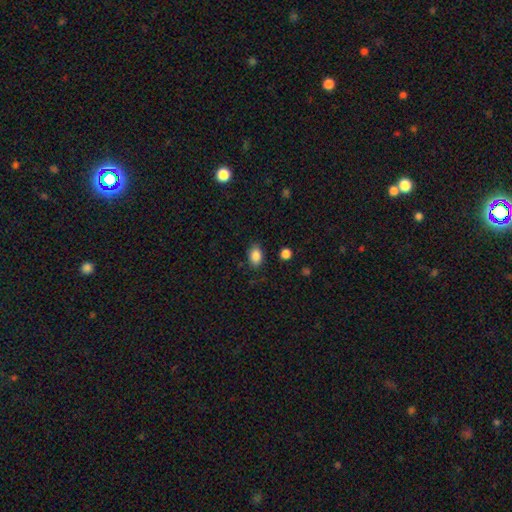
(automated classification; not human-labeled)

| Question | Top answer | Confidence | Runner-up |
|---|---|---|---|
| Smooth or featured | smooth | 87% | star or artifact (9%) |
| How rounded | in between | 81% | round (18%) |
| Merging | none | 82% | minor disturbance (13%) |